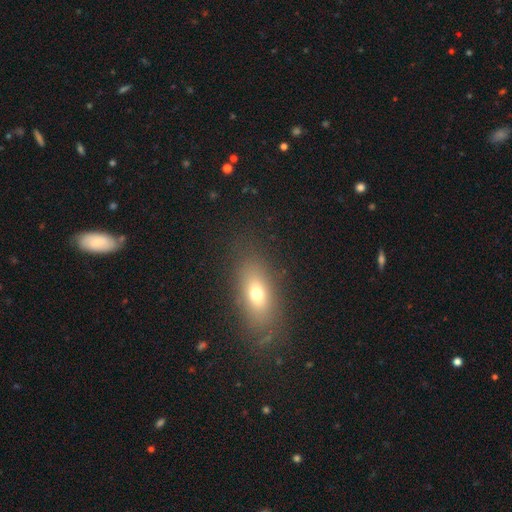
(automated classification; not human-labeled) A smooth galaxy with no disk features (59%) that is in between round and cigar-shaped (70%).

Vote fractions:
- Smooth or featured? smooth: 59% / featured or disk: 24% / star or artifact: 18%
- How rounded? in between: 70% / cigar-shaped: 23% / round: 7%
- Merging? none: 86% / minor disturbance: 9% / major disturbance: 3% / merger: 2%